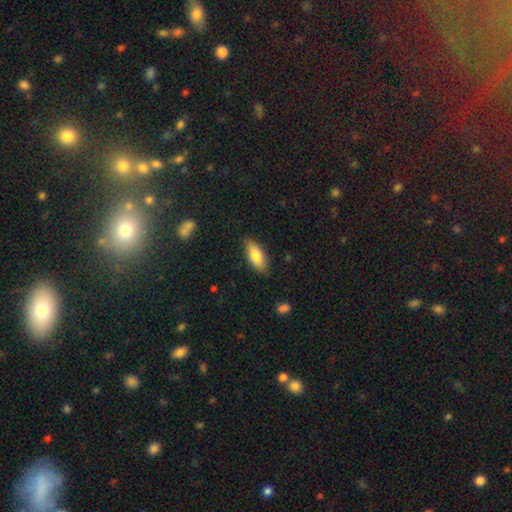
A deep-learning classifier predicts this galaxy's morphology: Q: Smooth or featured?
A: smooth (79%); runner-up: featured or disk (15%)
Q: How rounded?
A: in between (77%); runner-up: cigar-shaped (20%)
Q: Merging?
A: none (84%); runner-up: minor disturbance (13%)